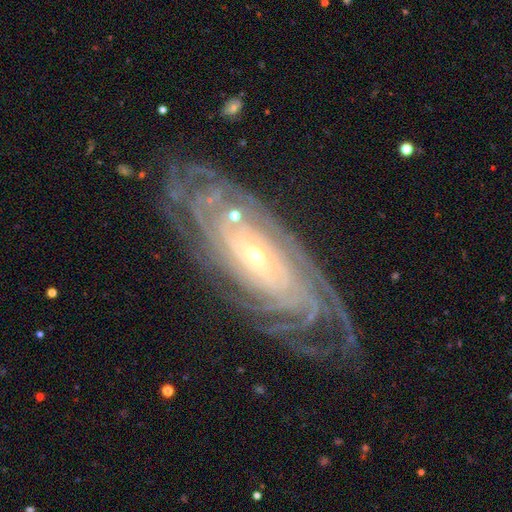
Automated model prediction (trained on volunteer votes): A featured or disk galaxy (89%) with no bar (69%), more than 4 (33%) tight (85%) spiral arms (97%) and a small central bulge (74%). Merging: none (79%).